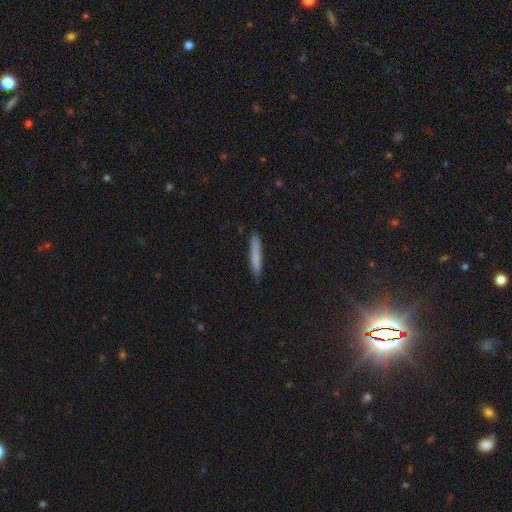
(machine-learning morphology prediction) Smooth or featured? Predicted: smooth (p=0.79). How rounded? Predicted: cigar-shaped (p=0.94). Merging? Predicted: none (p=0.88).